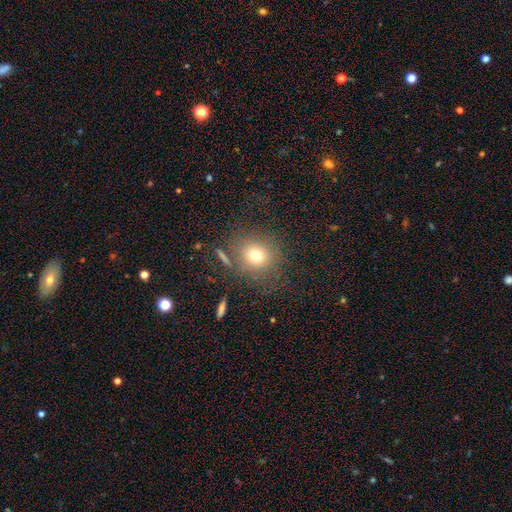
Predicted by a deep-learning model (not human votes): Smooth or featured? Predicted: smooth (p=0.72). How rounded? Predicted: round (p=0.82). Merging? Predicted: none (p=0.76).